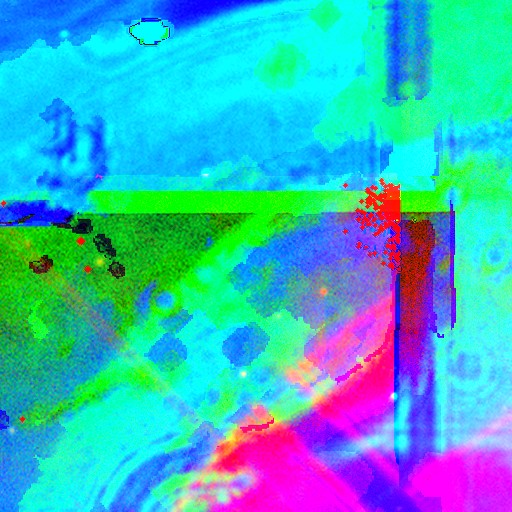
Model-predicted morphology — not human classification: A star or artifact, not a galaxy (84%).